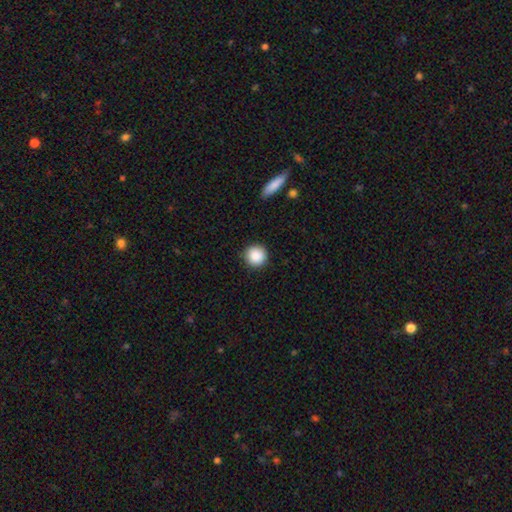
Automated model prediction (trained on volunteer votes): Smooth or featured? smooth (89%)
How rounded? round (95%)
Merging? none (89%)